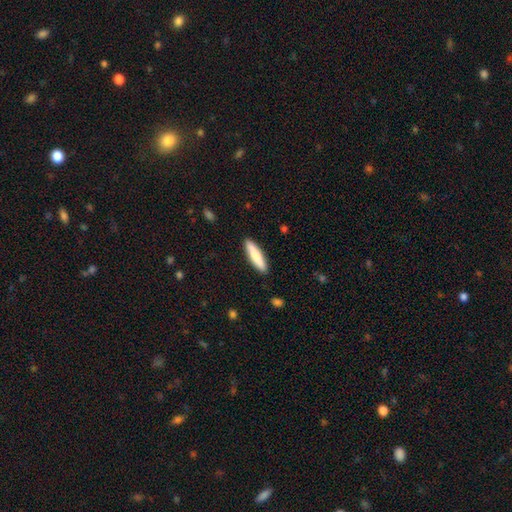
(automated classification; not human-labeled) Q: Smooth or featured?
A: smooth (76%); runner-up: featured or disk (19%)
Q: How rounded?
A: cigar-shaped (79%); runner-up: in between (20%)
Q: Merging?
A: none (90%); runner-up: minor disturbance (7%)